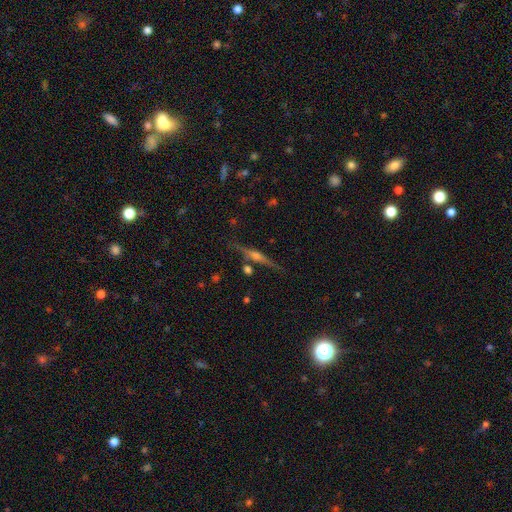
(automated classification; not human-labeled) Smooth or featured: featured or disk — 78% (smooth — 14%)
Edge-on disk: yes — 98% (no — 2%)
Edge-on bulge: rounded — 84% (boxy — 10%)
Merging: none — 84% (minor disturbance — 9%)